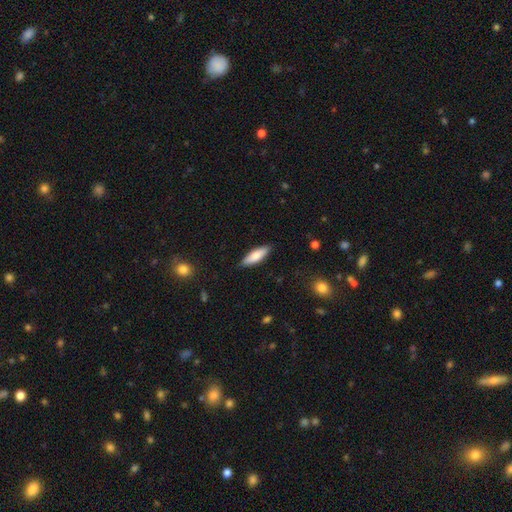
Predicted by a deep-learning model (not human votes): Smooth or featured? Predicted: smooth (p=0.76). How rounded? Predicted: cigar-shaped (p=0.50). Merging? Predicted: none (p=0.87).